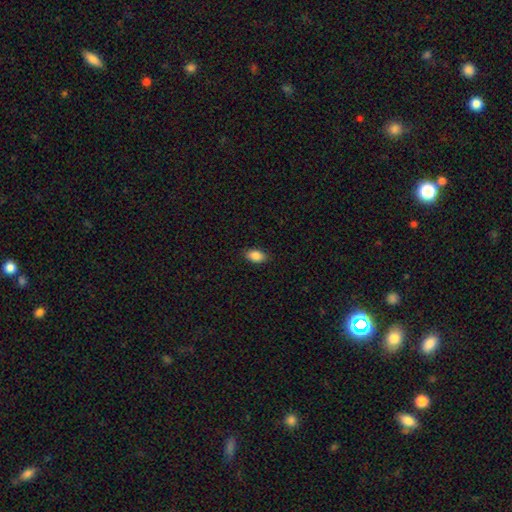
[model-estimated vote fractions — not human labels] smooth 87%, star or artifact 8%, featured or disk 5%. Down the decision tree: how rounded — in between (90%); merging — none (88%).